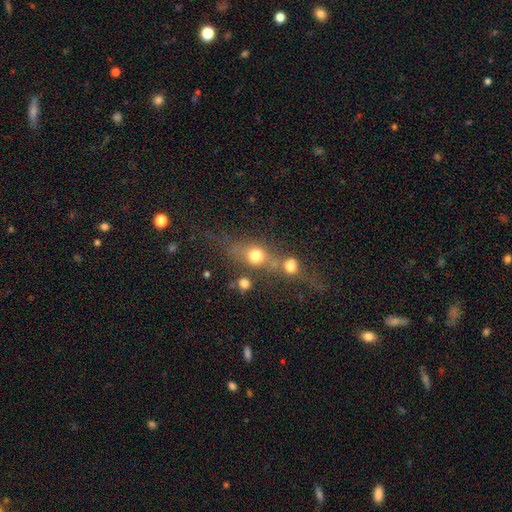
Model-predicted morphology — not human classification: smooth 65%, featured or disk 19%, star or artifact 16%. Down the decision tree: how rounded — round (61%); merging — none (40%).